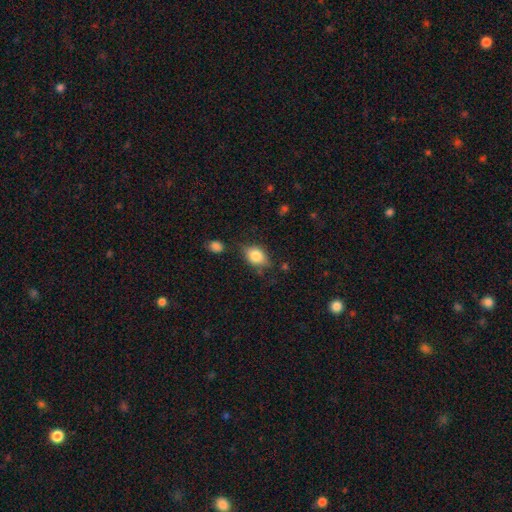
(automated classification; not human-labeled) This is clearly a smooth galaxy (81%). How rounded: likely in between (70%). Merging: likely none (67%).